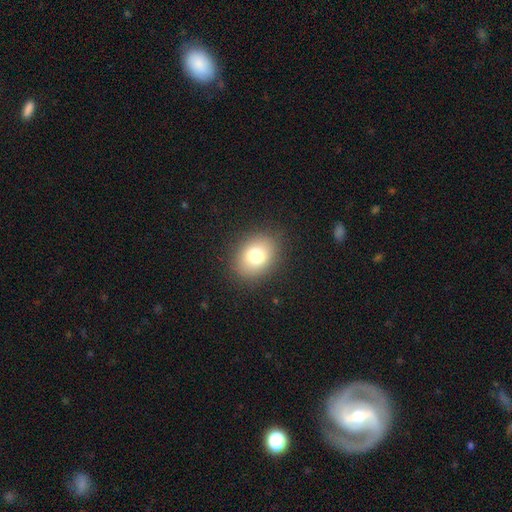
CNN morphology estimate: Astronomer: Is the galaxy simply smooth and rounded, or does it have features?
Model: smooth — 78%.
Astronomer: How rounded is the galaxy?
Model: in between — 57% (runner-up: round, 42%).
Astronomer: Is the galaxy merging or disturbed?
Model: none — 87%.